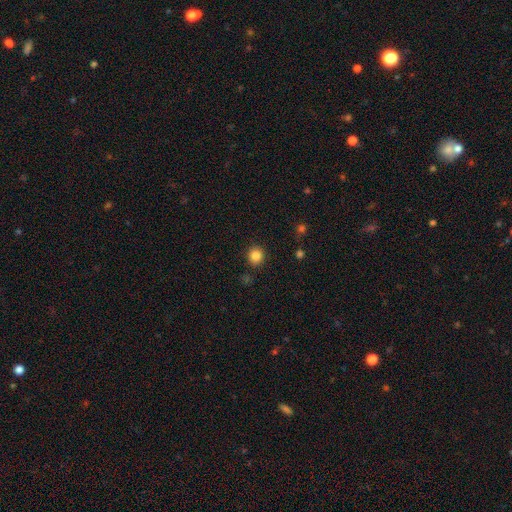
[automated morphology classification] smooth 85%, star or artifact 11%, featured or disk 4%. Down the decision tree: how rounded — round (91%); merging — none (89%).